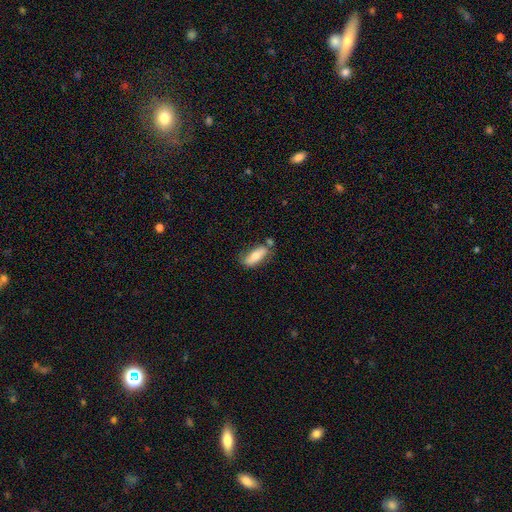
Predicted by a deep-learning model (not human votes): Smooth or featured? smooth (70%)
How rounded? in between (66%)
Merging? none (59%)